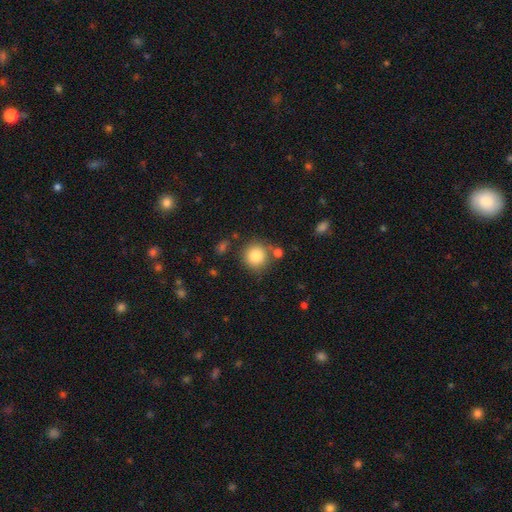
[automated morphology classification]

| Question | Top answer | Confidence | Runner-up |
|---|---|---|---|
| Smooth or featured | smooth | 82% | star or artifact (10%) |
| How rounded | round | 92% | in between (7%) |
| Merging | none | 76% | minor disturbance (11%) |